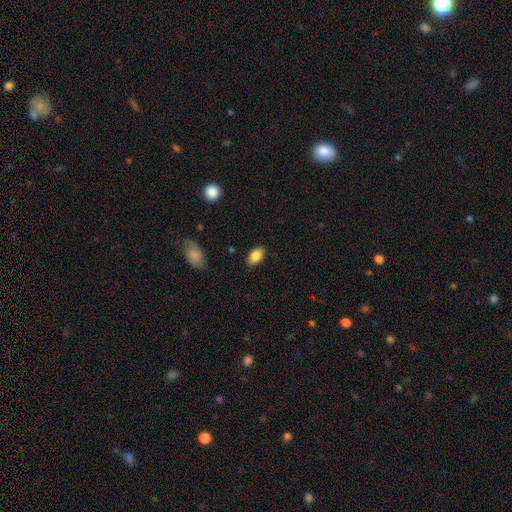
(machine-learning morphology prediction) Q: Smooth or featured?
A: smooth (85%); runner-up: star or artifact (8%)
Q: How rounded?
A: in between (90%); runner-up: round (8%)
Q: Merging?
A: none (84%); runner-up: minor disturbance (12%)